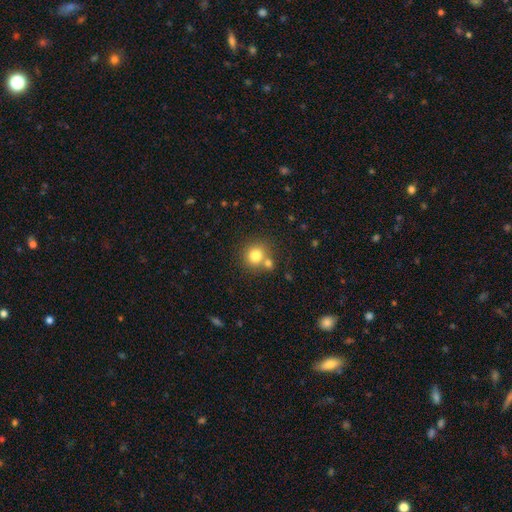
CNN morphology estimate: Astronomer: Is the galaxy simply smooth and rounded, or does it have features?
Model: smooth — 79%.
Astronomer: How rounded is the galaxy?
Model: round — 87%.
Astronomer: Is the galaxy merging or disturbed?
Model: none — 61%.